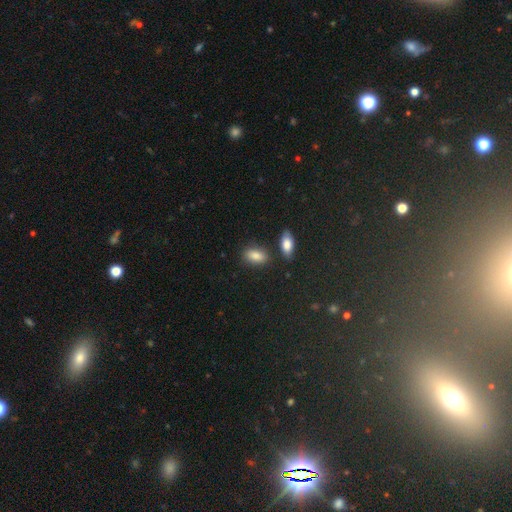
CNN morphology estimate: The model was most divided on "merging": none: 78%, minor disturbance: 12%, merger: 7%, major disturbance: 3%. More confident: how rounded — in between (90%); smooth or featured — smooth (86%).